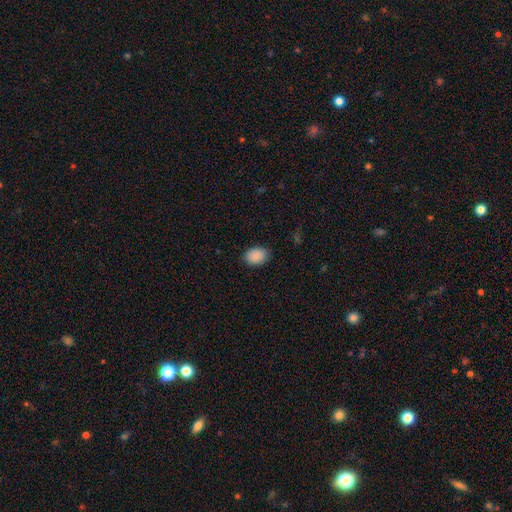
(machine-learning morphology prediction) Overall: smooth (90%). How rounded: in between (73%). Merging: none (85%).